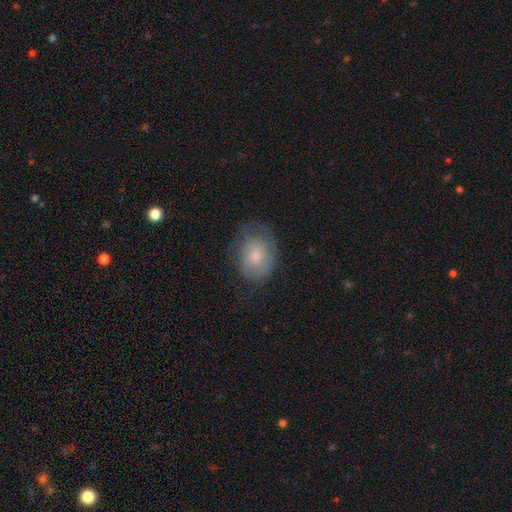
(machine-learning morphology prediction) A smooth galaxy with no disk features (70%) that is in between round and cigar-shaped (59%). Merging: none (59%).